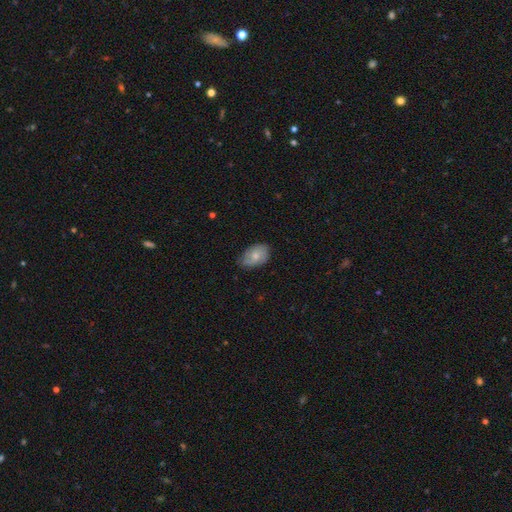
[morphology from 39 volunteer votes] This is possibly a smooth galaxy (49%). How rounded: clearly in between (89%). Merging: likely none (65%).